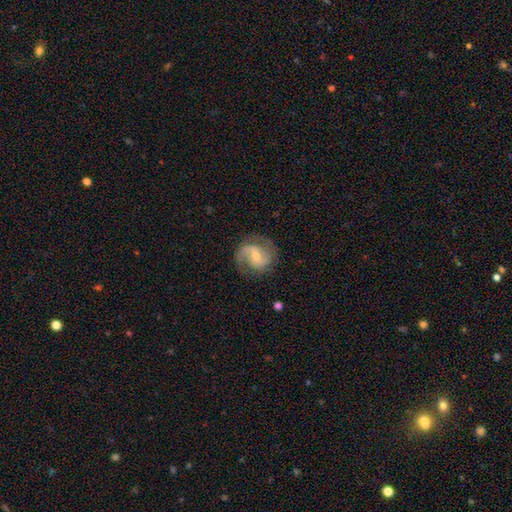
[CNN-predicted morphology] Overall: featured or disk (83%). Edge-on disk: no (98%). Bar: weak (50%; no 30%). Spiral arms: yes (96%). Spiral arm count: 2 (86%). Spiral winding: medium (53%; loose 27%). Bulge size: small (55%; moderate 39%). Merging: none (76%).